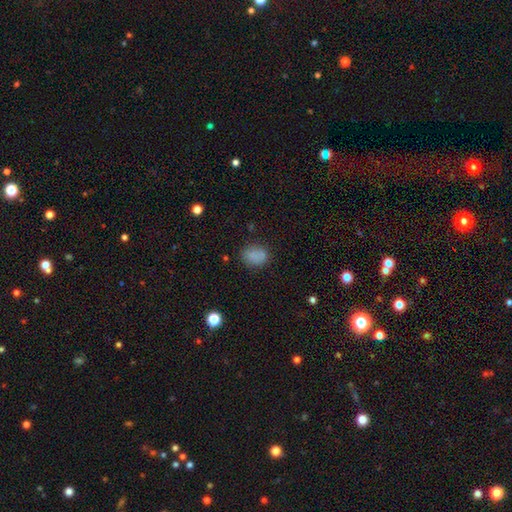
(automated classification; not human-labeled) smooth-or-featured: smooth: 81% | star or artifact: 12% | featured or disk: 7%
  how-rounded: in between: 53% | round: 46% | cigar-shaped: 1%
  merging: none: 74% | minor disturbance: 16% | merger: 5% | major disturbance: 5%